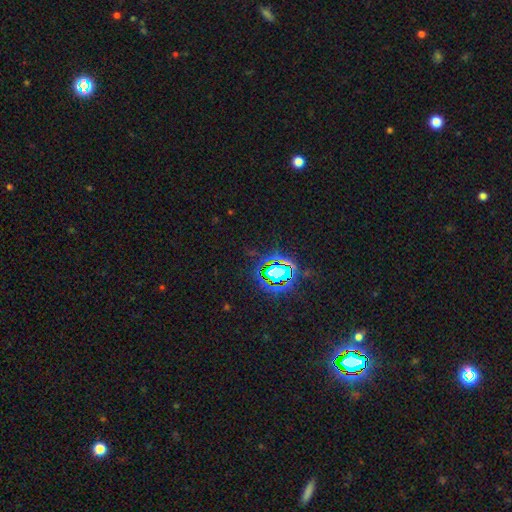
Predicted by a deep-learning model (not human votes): Q: Smooth or featured?
A: star or artifact (81%); runner-up: smooth (11%)